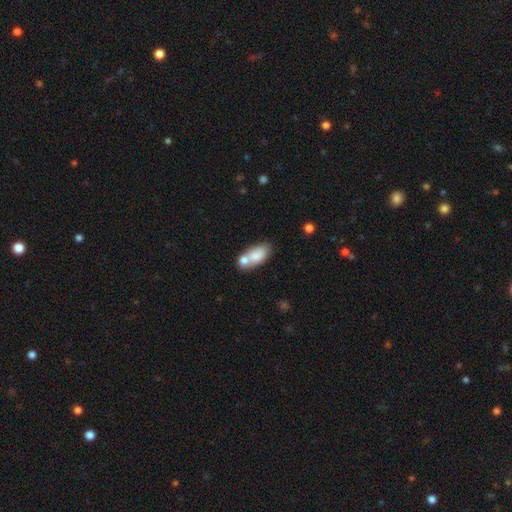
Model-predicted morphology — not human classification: A smooth galaxy with no disk features (78%) that is in between round and cigar-shaped (87%). Merging: none (44%).